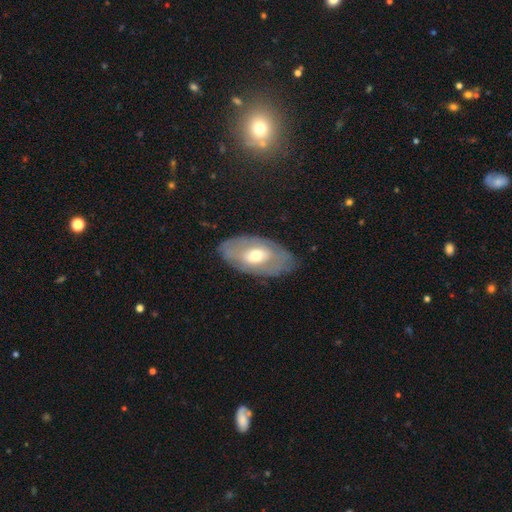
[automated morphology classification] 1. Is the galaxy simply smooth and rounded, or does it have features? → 52% featured or disk, 42% smooth, 6% star or artifact.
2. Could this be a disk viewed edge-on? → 87% no, 13% yes.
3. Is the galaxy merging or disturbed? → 77% none, 16% minor disturbance, 6% major disturbance, 1% merger.